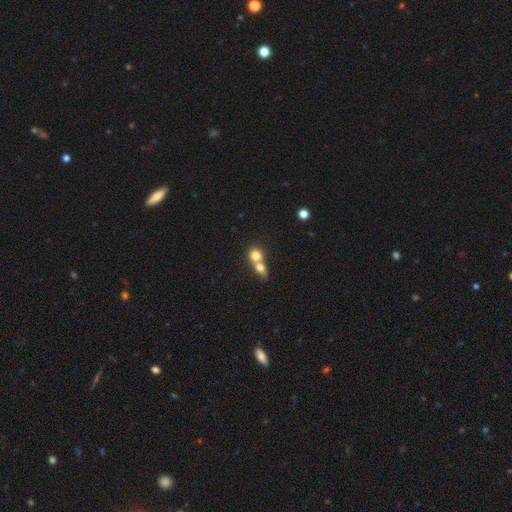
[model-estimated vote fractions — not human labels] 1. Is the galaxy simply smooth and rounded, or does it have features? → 74% smooth, 16% featured or disk, 10% star or artifact.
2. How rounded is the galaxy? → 72% round, 26% in between, 2% cigar-shaped.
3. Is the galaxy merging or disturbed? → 71% merger, 22% none, 5% minor disturbance, 3% major disturbance.